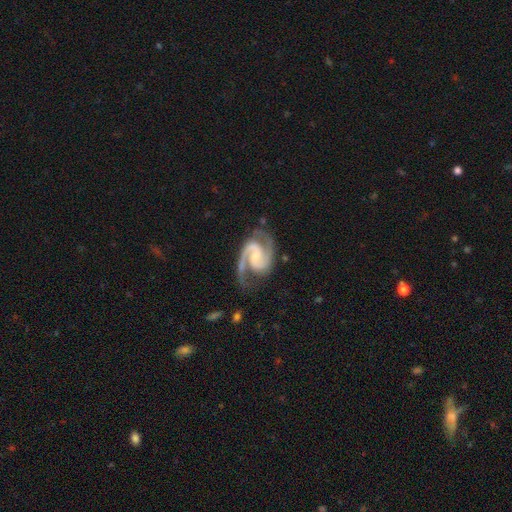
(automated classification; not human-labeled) A featured or disk galaxy (94%) with a weak bar (43%), 2 (93%) medium (63%) spiral arms (99%) and a small central bulge (55%). Merging: none (72%).